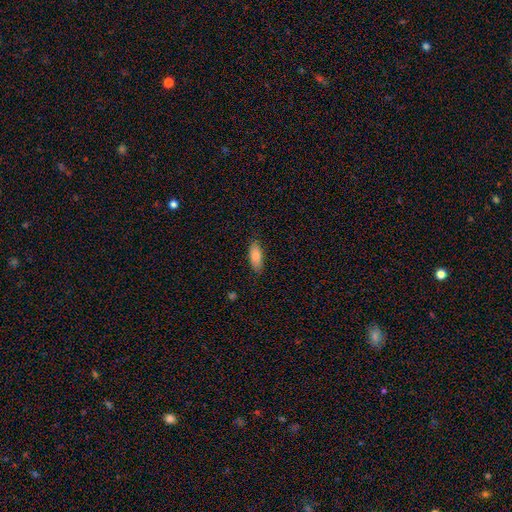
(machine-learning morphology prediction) Overall: smooth (85%). How rounded: in between (73%). Merging: none (83%).